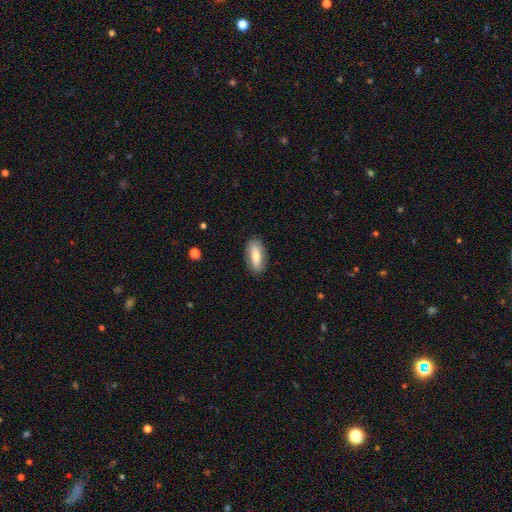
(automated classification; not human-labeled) Morphology: type=smooth (65%); roundness=in between (81%); merging=none (84%).